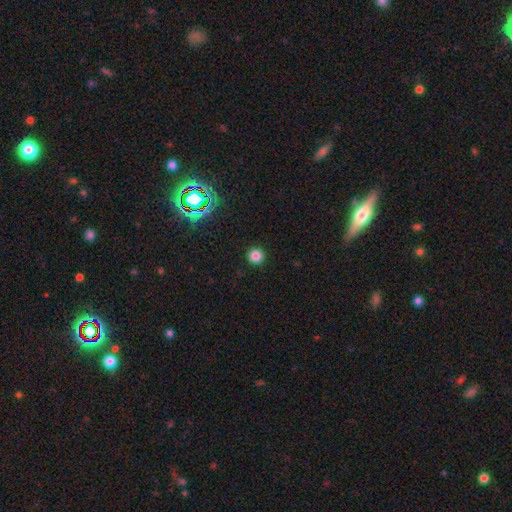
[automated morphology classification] Smooth or featured? Predicted: smooth (p=0.82). How rounded? Predicted: round (p=0.95). Merging? Predicted: none (p=0.93).